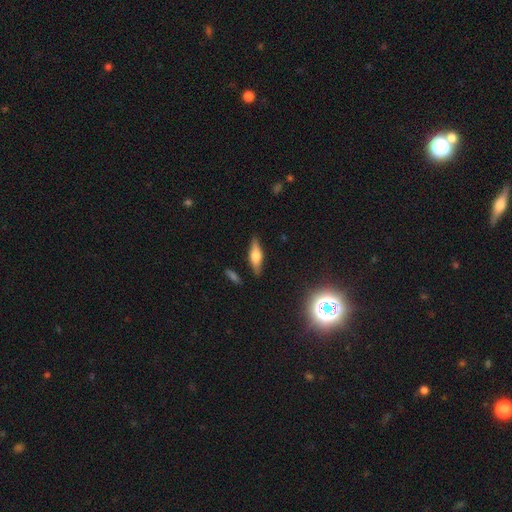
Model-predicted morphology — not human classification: Smooth or featured?
  - smooth: 47% *
  - featured or disk: 44%
  - star or artifact: 8%
Merging?
  - none: 86% *
  - minor disturbance: 10%
  - major disturbance: 2%
  - merger: 2%